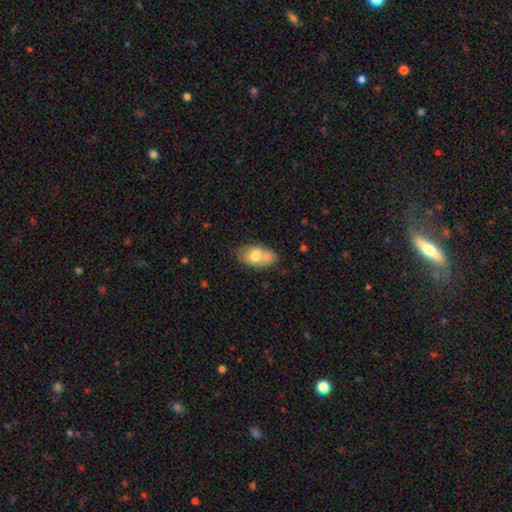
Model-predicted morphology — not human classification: smooth-or-featured: smooth: 71% | featured or disk: 22% | star or artifact: 7%
  how-rounded: in between: 91% | round: 6% | cigar-shaped: 3%
  merging: none: 52% | minor disturbance: 22% | merger: 19% | major disturbance: 6%